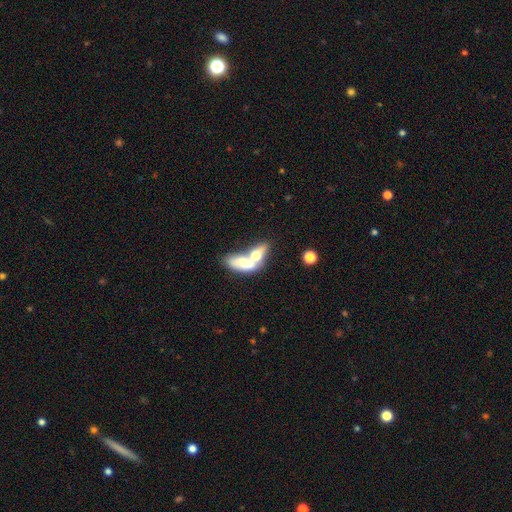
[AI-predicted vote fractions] Smooth or featured? smooth (63%)
How rounded? in between (72%)
Merging? merger (73%)